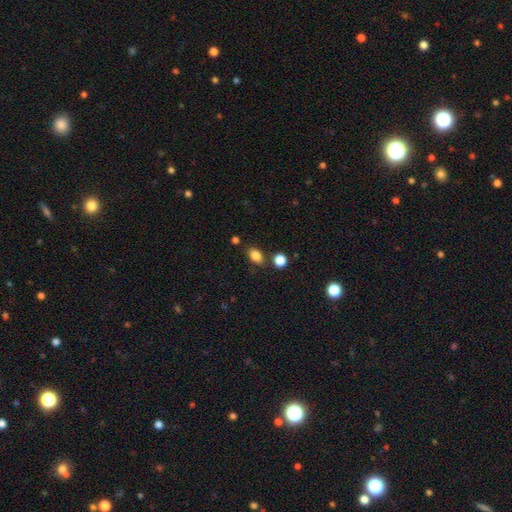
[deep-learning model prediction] smooth-or-featured: smooth: 84% | star or artifact: 10% | featured or disk: 5%
  how-rounded: in between: 83% | round: 16% | cigar-shaped: 2%
  merging: none: 78% | minor disturbance: 11% | merger: 7% | major disturbance: 3%